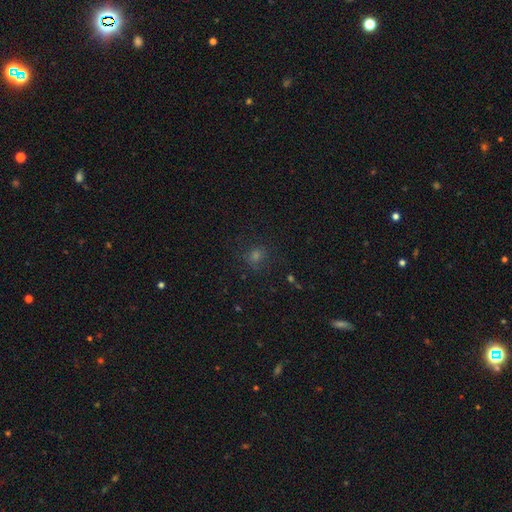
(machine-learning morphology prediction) Q: Smooth or featured?
A: smooth (56%); runner-up: star or artifact (35%)
Q: How rounded?
A: round (80%); runner-up: in between (18%)
Q: Merging?
A: none (84%); runner-up: minor disturbance (10%)